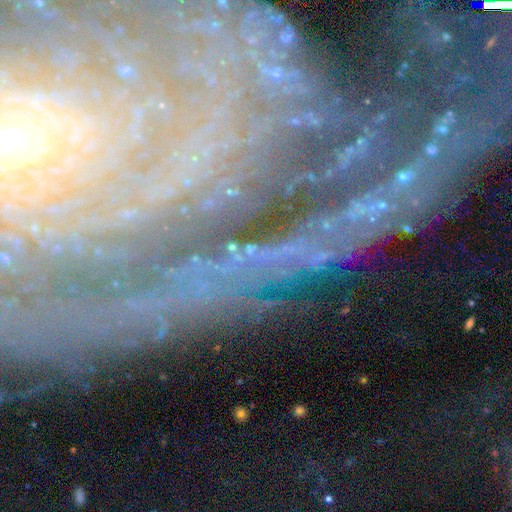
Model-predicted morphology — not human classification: Smooth or featured: featured or disk — 49% (star or artifact — 39%)
Merging: none — 73% (minor disturbance — 13%)